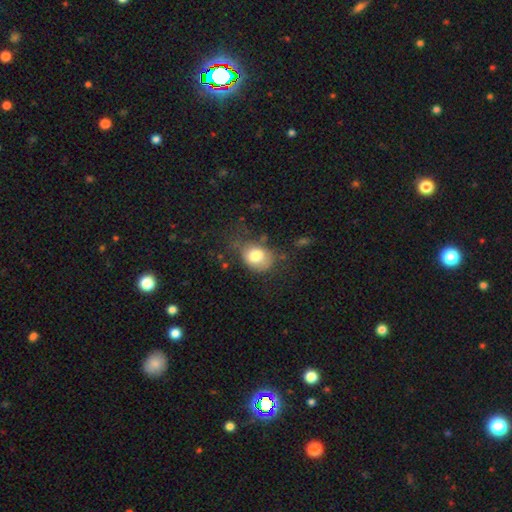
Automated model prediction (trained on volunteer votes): A smooth galaxy with no disk features (77%) that is in between round and cigar-shaped (55%). Merging: none (50%).